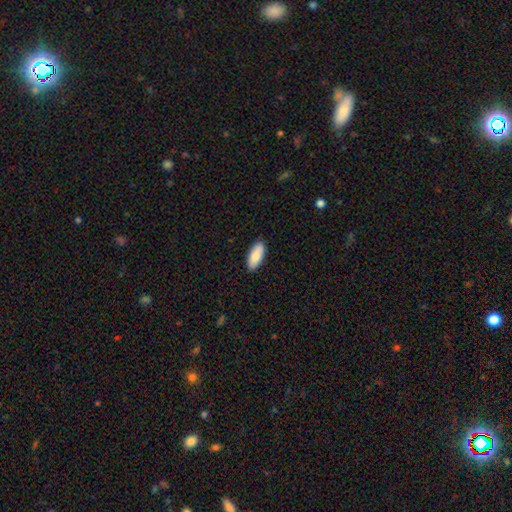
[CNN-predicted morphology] smooth_or_featured: smooth (p=0.88) [alt: featured or disk p=0.06]
how_rounded: in between (p=0.86) [alt: cigar-shaped p=0.12]
merging: none (p=0.90) [alt: minor disturbance p=0.07]